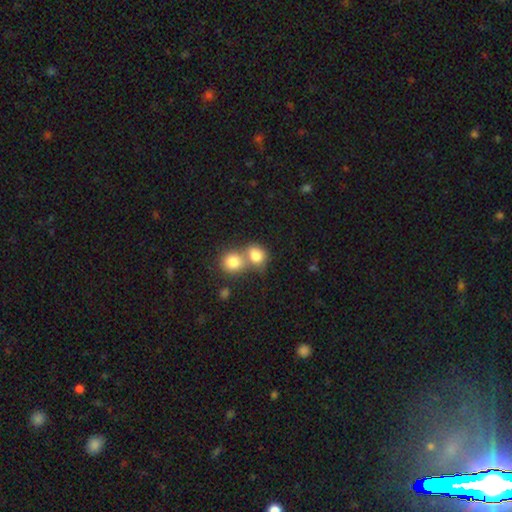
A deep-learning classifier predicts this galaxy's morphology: This appears to be a smooth galaxy with no disk features (81%) that is round (62%). Merging: merger (62%).